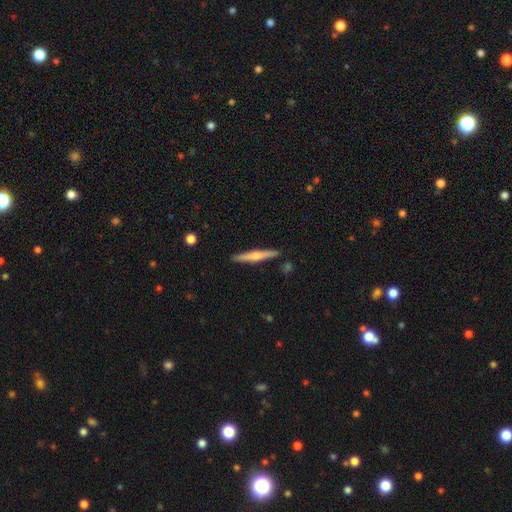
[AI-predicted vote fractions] Smooth or featured: featured or disk — 56% (smooth — 39%)
Edge-on disk: yes — 97% (no — 3%)
Edge-on bulge: rounded — 82% (none — 12%)
Merging: none — 90% (minor disturbance — 7%)